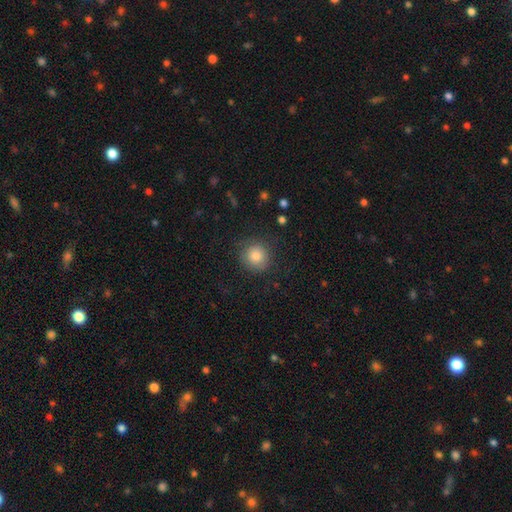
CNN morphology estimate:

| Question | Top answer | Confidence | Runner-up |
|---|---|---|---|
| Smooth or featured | smooth | 82% | star or artifact (10%) |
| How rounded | round | 92% | in between (7%) |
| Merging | none | 82% | minor disturbance (12%) |